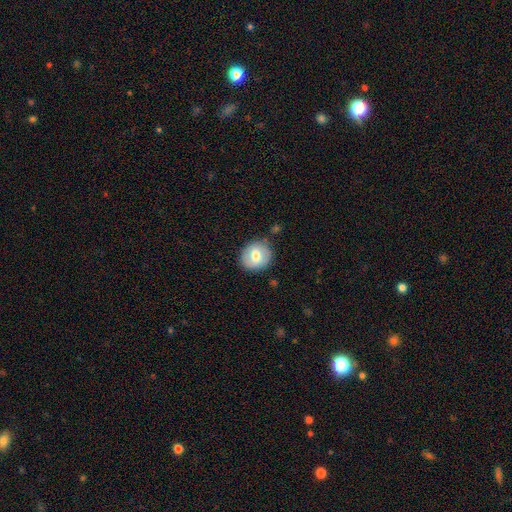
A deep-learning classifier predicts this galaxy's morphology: Smooth or featured: smooth — 67% (featured or disk — 26%)
How rounded: round — 81% (in between — 18%)
Merging: none — 80% (minor disturbance — 14%)